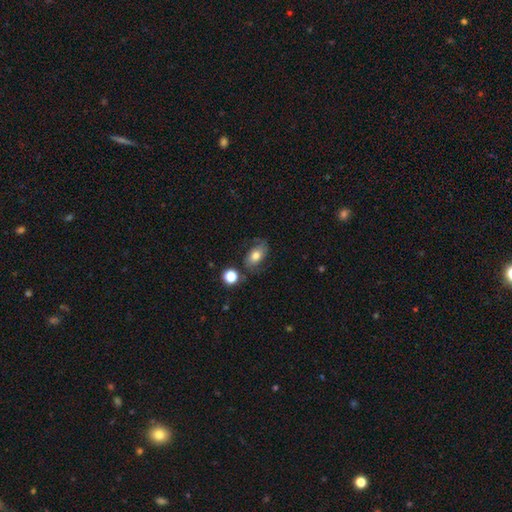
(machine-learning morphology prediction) This appears to be a smooth galaxy with no disk features (56%) that is in between round and cigar-shaped (85%). Merging: none (61%).